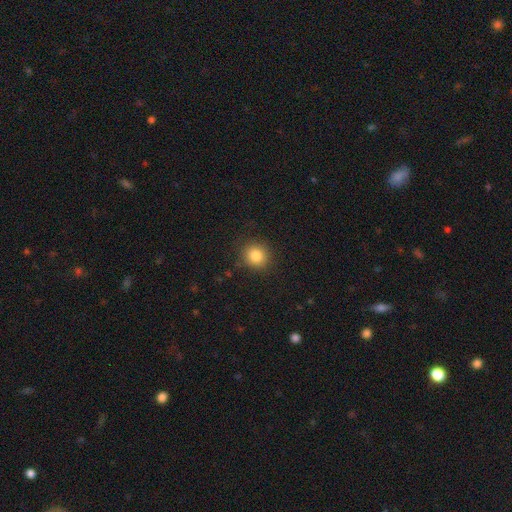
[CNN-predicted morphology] This is clearly a smooth galaxy (83%). How rounded: clearly round (87%). Merging: clearly none (88%).